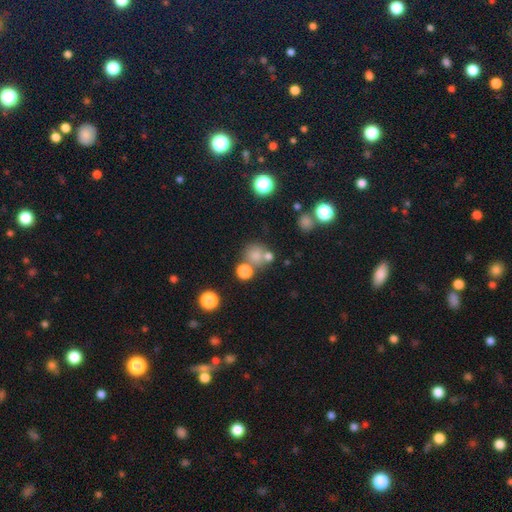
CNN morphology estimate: Smooth or featured? Predicted: smooth (p=0.70). How rounded? Predicted: round (p=0.85). Merging? Predicted: none (p=0.57).